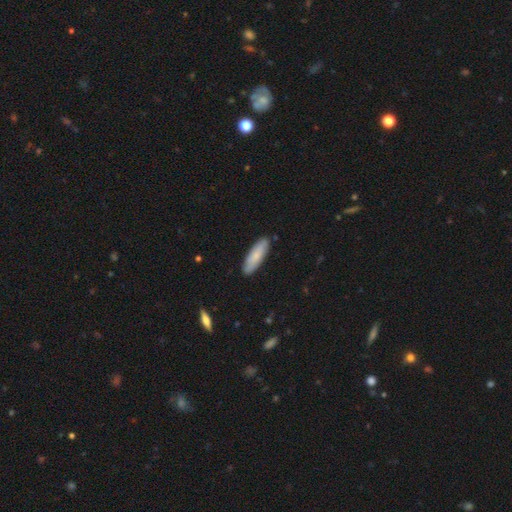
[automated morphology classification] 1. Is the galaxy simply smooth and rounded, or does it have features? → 78% smooth, 16% featured or disk, 5% star or artifact.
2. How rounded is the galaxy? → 54% cigar-shaped, 44% in between, 1% round.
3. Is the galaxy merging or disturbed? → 87% none, 10% minor disturbance, 2% major disturbance, 1% merger.